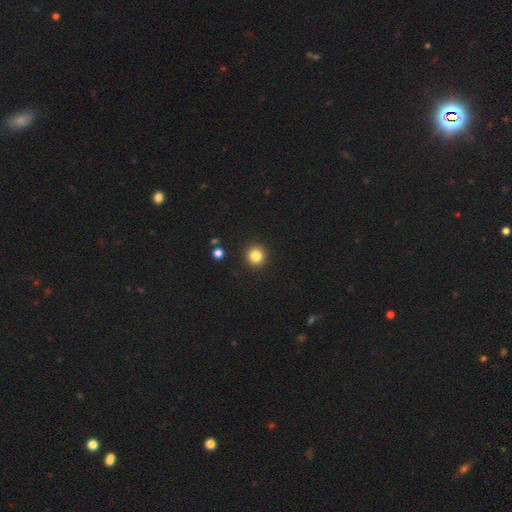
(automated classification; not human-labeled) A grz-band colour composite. It shows a smooth galaxy with no disk features (84%) that is round (93%). Merging: none (92%).